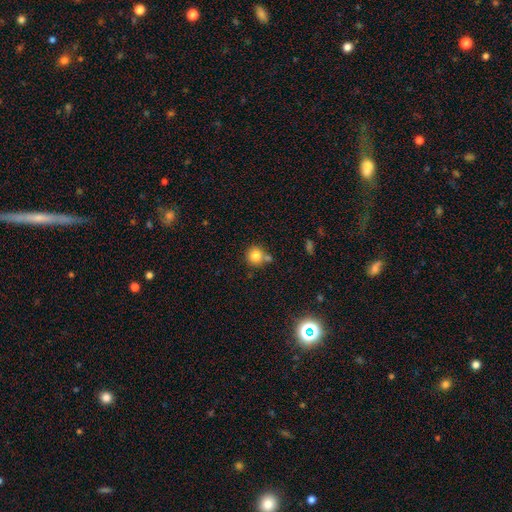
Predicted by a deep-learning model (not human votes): This appears to be a smooth galaxy with no disk features (81%) that is round (92%). Merging: none (66%).